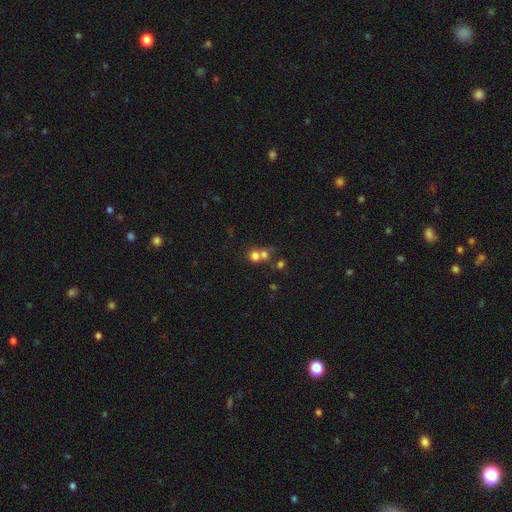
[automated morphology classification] Smooth or featured: smooth — 70% (star or artifact — 15%)
How rounded: round — 79% (in between — 20%)
Merging: merger — 54% (none — 35%)